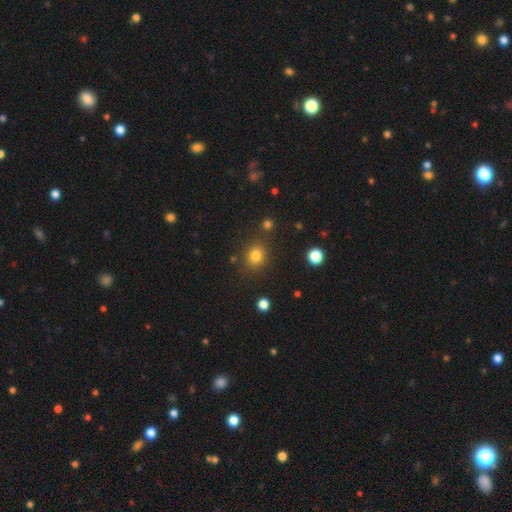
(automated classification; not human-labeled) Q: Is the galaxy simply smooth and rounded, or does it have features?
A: smooth — 82%.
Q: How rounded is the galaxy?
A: round — 76%.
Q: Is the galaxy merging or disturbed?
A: none — 84%.